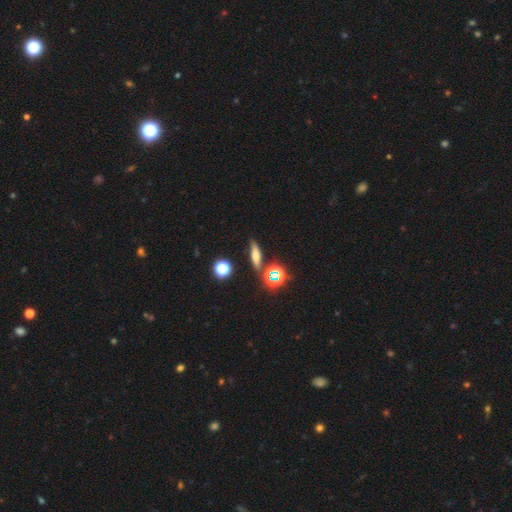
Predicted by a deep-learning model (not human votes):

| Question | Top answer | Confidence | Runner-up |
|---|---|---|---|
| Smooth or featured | smooth | 49% | featured or disk (31%) |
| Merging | none | 80% | minor disturbance (11%) |